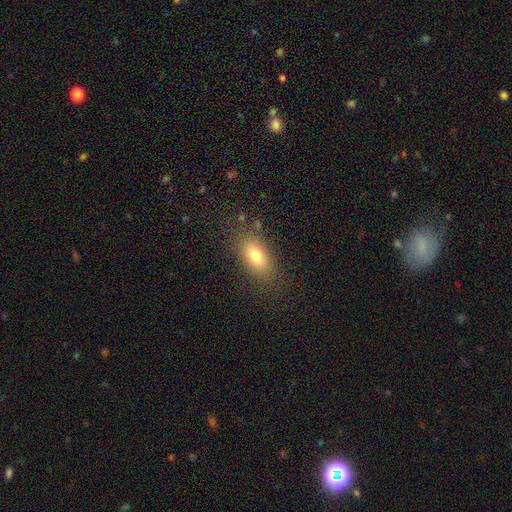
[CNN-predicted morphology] smooth_or_featured: smooth (p=0.78) [alt: featured or disk p=0.13]
how_rounded: in between (p=0.87) [alt: round p=0.07]
merging: none (p=0.82) [alt: minor disturbance p=0.12]